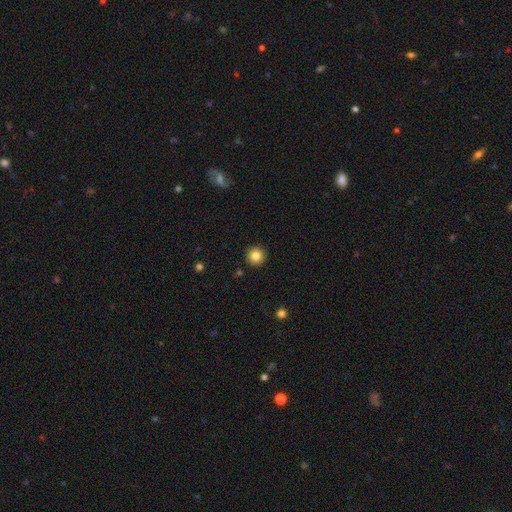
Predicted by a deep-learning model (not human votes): Q: Smooth or featured?
A: smooth (83%); runner-up: star or artifact (10%)
Q: How rounded?
A: round (95%); runner-up: in between (4%)
Q: Merging?
A: none (92%); runner-up: minor disturbance (5%)